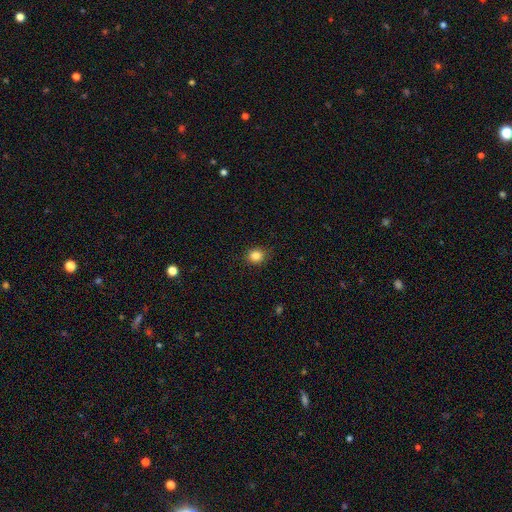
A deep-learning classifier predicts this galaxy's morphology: type=smooth (84%); roundness=round (76%); merging=none (87%).